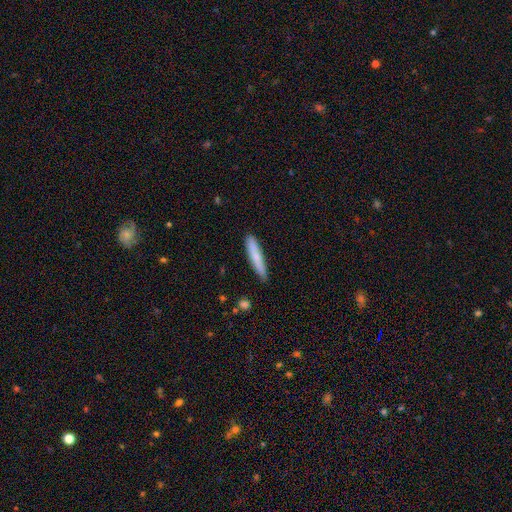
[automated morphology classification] Smooth or featured? Predicted: smooth (p=0.74). How rounded? Predicted: cigar-shaped (p=0.91). Merging? Predicted: none (p=0.85).